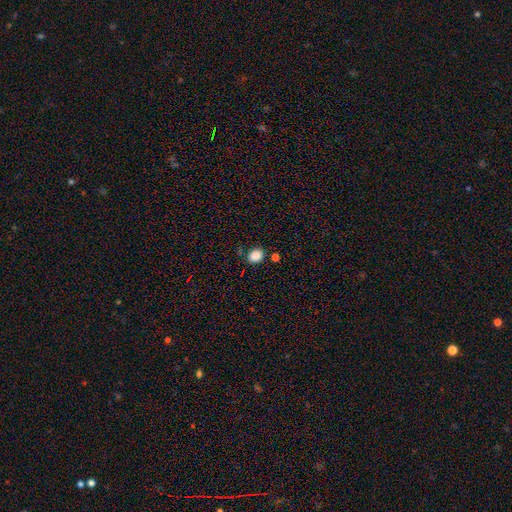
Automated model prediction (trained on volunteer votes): smooth_or_featured: smooth (p=0.86) [alt: star or artifact p=0.10]
how_rounded: round (p=0.50) [alt: in between p=0.49]
merging: none (p=0.79) [alt: minor disturbance p=0.12]